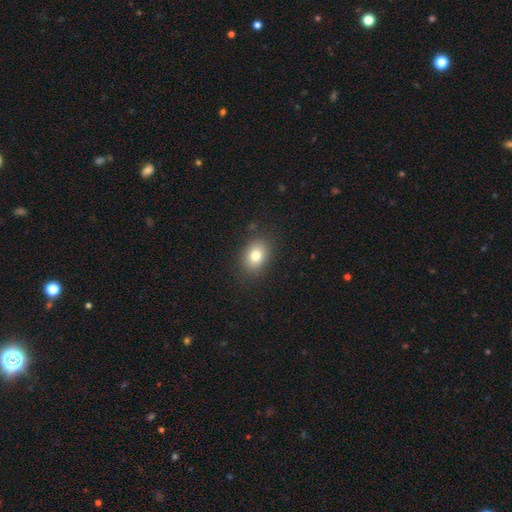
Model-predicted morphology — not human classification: A smooth galaxy with no disk features (80%) that is in between round and cigar-shaped (67%).

Vote fractions:
- Smooth or featured? smooth: 80% / star or artifact: 11% / featured or disk: 10%
- How rounded? in between: 67% / round: 32% / cigar-shaped: 1%
- Merging? none: 86% / minor disturbance: 10% / major disturbance: 3% / merger: 1%